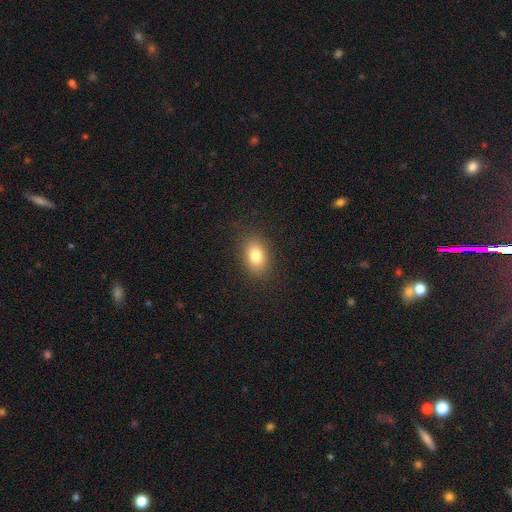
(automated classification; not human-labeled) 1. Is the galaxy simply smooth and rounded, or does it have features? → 81% smooth, 10% star or artifact, 9% featured or disk.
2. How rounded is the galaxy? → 78% in between, 21% round, 1% cigar-shaped.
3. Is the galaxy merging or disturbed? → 87% none, 9% minor disturbance, 3% major disturbance, 1% merger.